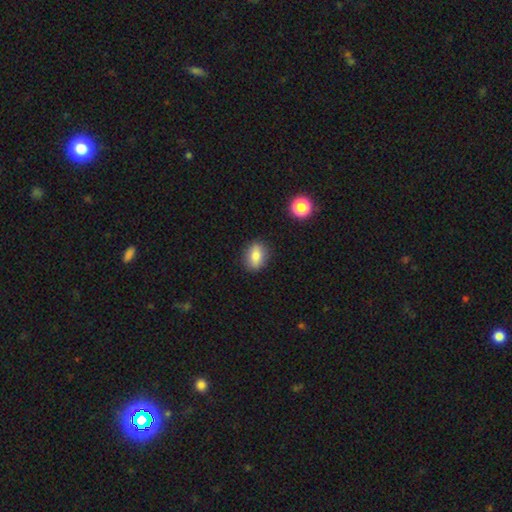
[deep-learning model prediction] smooth-or-featured: smooth: 81% | featured or disk: 11% | star or artifact: 9%
  how-rounded: in between: 77% | round: 18% | cigar-shaped: 5%
  merging: none: 85% | minor disturbance: 11% | major disturbance: 3% | merger: 2%